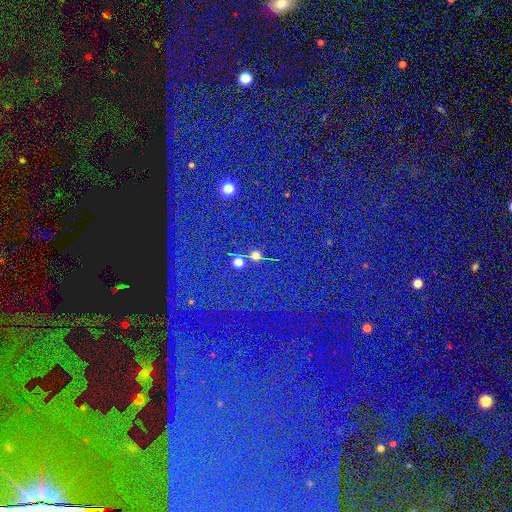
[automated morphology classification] Overall: smooth (50%; star or artifact 42%). Merging: none (77%).